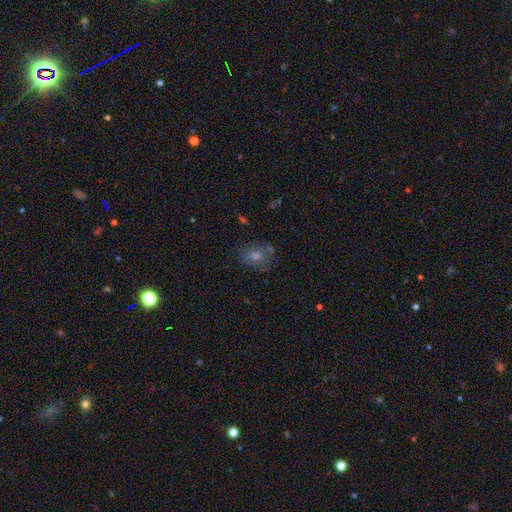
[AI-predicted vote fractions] Morphology: type=smooth (50%); roundness=round (53%); merging=none (74%).